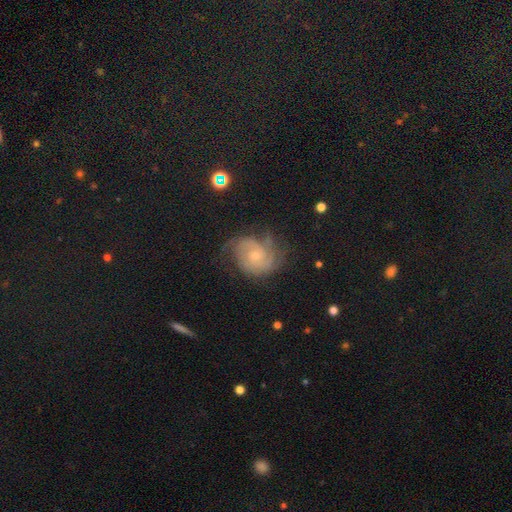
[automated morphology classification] type=featured or disk (80%); edge-on=no (98%); bar=no (68%); spiral arms=yes (94%); winding=tight (49%); arm count=2 (38%); bulge=small (65%); merging=none (59%).